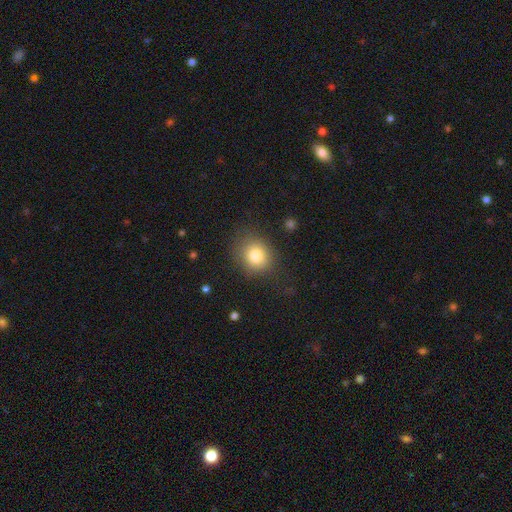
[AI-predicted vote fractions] A smooth galaxy with no disk features (81%) that is round (73%). Merging: none (79%).